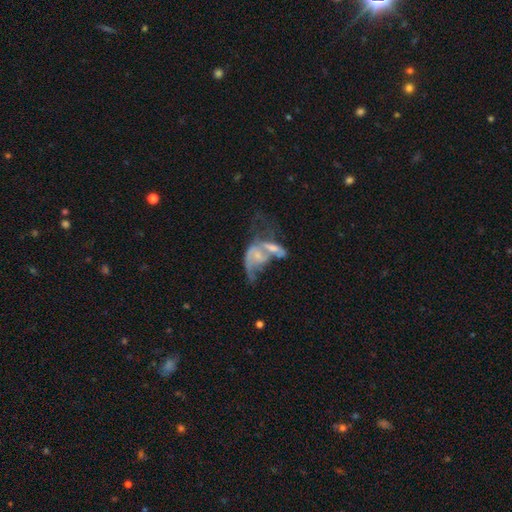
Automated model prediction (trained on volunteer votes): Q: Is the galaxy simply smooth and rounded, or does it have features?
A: featured or disk — 62%.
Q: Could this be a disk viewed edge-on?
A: no — 94%.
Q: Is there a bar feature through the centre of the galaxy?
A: no — 66%.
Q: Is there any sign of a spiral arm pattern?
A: yes — 59%.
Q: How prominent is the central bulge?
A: small — 42%.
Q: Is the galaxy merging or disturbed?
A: merger — 64%.